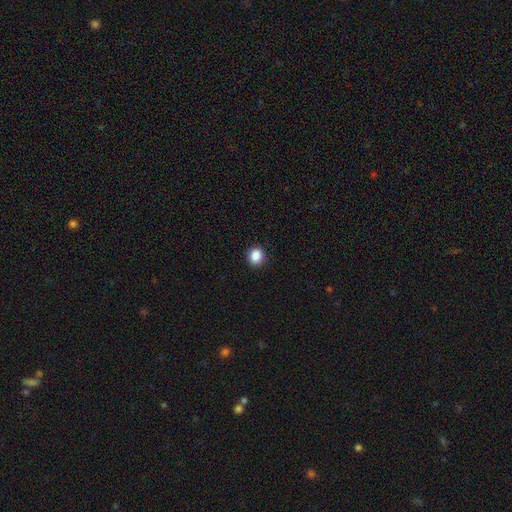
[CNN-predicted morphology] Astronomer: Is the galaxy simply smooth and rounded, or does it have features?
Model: smooth — 88%.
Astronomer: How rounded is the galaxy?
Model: round — 84%.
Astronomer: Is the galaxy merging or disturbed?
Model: none — 92%.